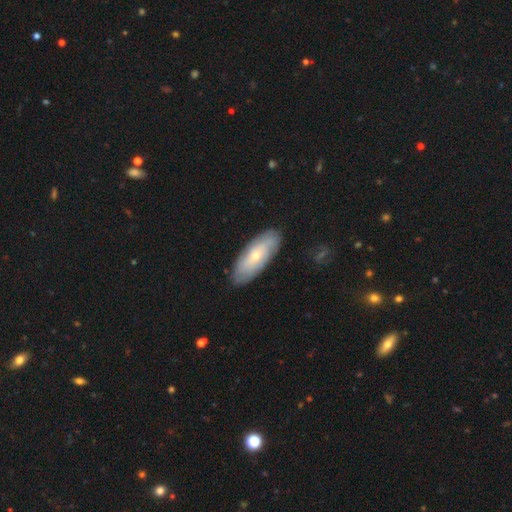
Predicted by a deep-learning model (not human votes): Smooth or featured? Predicted: featured or disk (p=0.48). Merging? Predicted: none (p=0.83).